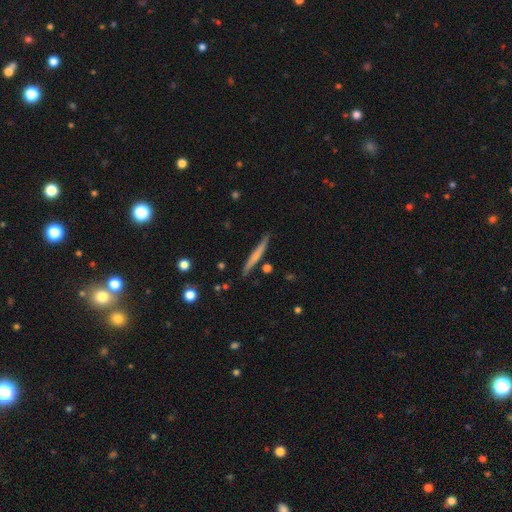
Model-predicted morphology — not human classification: This appears to be a smooth galaxy with no disk features (54%) that is cigar-shaped (96%). Merging: none (86%).